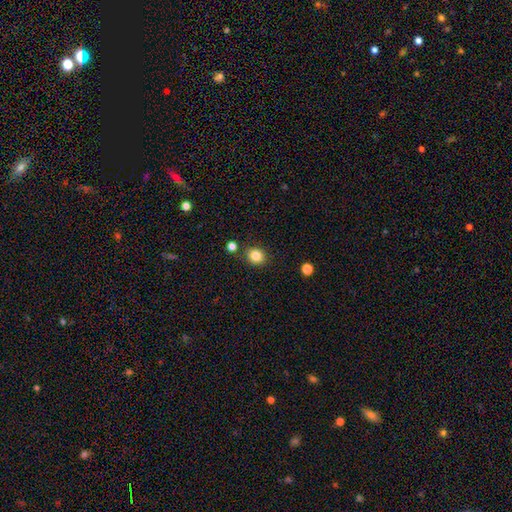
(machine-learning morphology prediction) smooth-or-featured: smooth: 84% | star or artifact: 11% | featured or disk: 5%
  how-rounded: round: 76% | in between: 23% | cigar-shaped: 1%
  merging: none: 83% | minor disturbance: 9% | merger: 5% | major disturbance: 3%